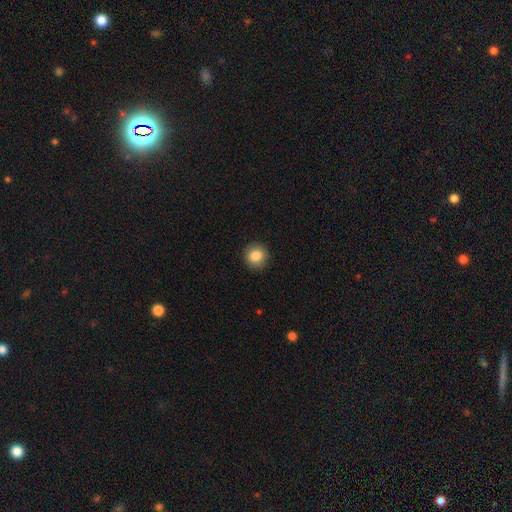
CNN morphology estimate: This appears to be a smooth galaxy with no disk features (85%) that is round (90%). Merging: none (91%).